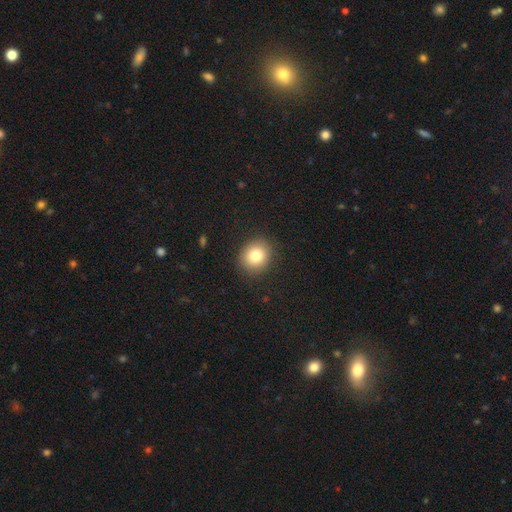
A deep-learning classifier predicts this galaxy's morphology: Smooth or featured?
  - smooth: 82% *
  - star or artifact: 10%
  - featured or disk: 9%
How rounded?
  - round: 71% *
  - in between: 28%
  - cigar-shaped: 1%
Merging?
  - none: 89% *
  - minor disturbance: 8%
  - major disturbance: 2%
  - merger: 1%